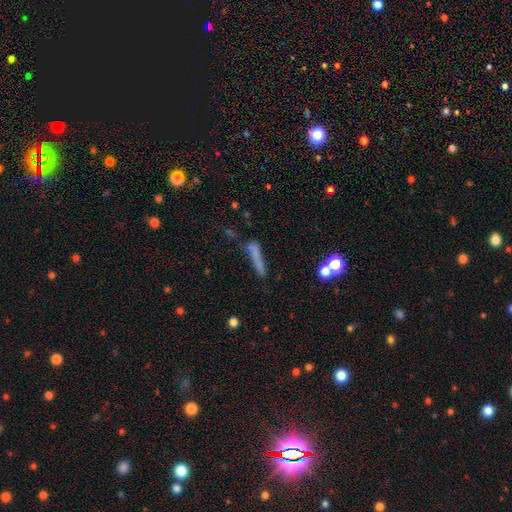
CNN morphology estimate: Smooth or featured: smooth — 65% (featured or disk — 22%)
How rounded: cigar-shaped — 89% (in between — 8%)
Merging: none — 58% (minor disturbance — 20%)